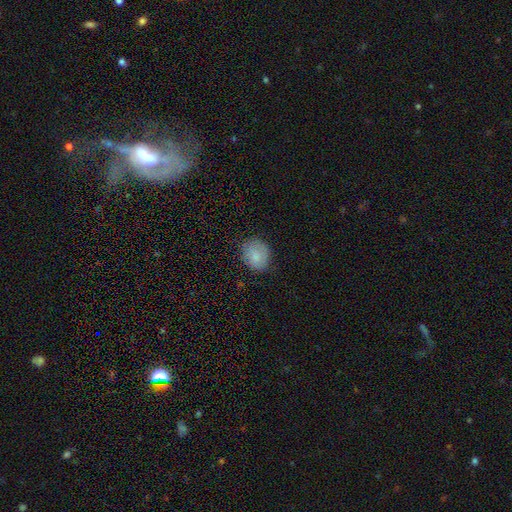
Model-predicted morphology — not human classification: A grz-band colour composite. It shows a smooth galaxy with no disk features (82%) that is round (53%). Merging: none (74%).